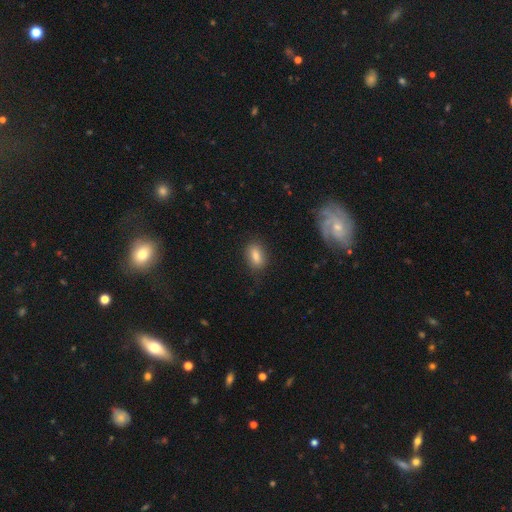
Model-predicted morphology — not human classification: A smooth galaxy with no disk features (78%) that is in between round and cigar-shaped (84%). Merging: none (80%).